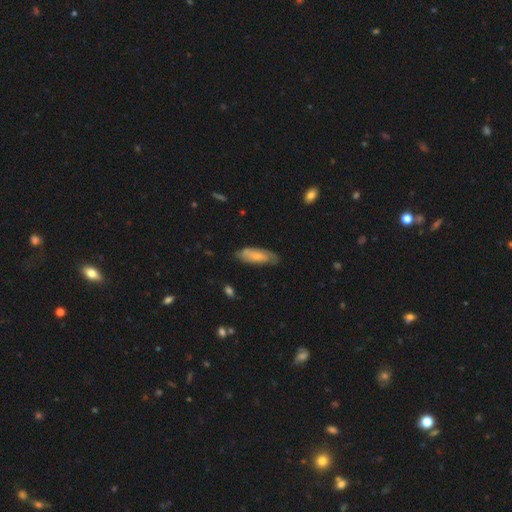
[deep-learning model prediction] smooth-or-featured: smooth: 55% | featured or disk: 39% | star or artifact: 6%
  how-rounded: in between: 72% | cigar-shaped: 26% | round: 2%
  merging: none: 68% | minor disturbance: 24% | major disturbance: 6% | merger: 2%